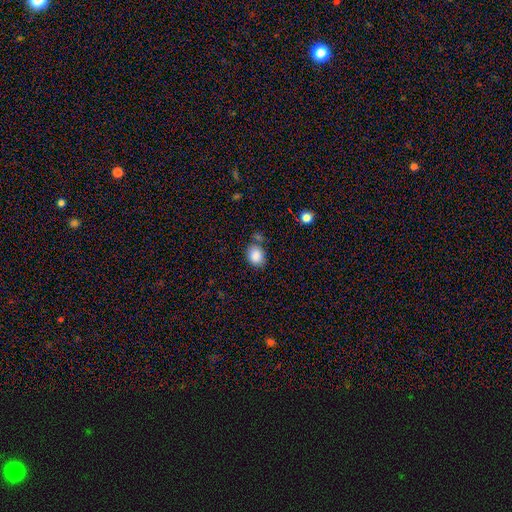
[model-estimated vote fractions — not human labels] smooth 87%, star or artifact 8%, featured or disk 5%. Down the decision tree: how rounded — in between (62%); merging — none (69%).